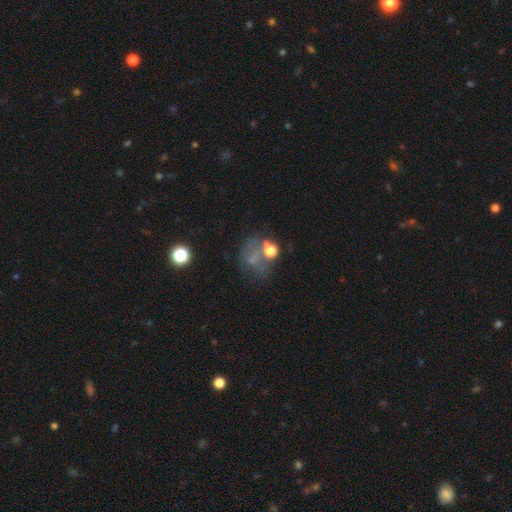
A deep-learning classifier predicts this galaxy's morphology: A featured or disk galaxy (35%, tied with smooth). Merging: none (39%).